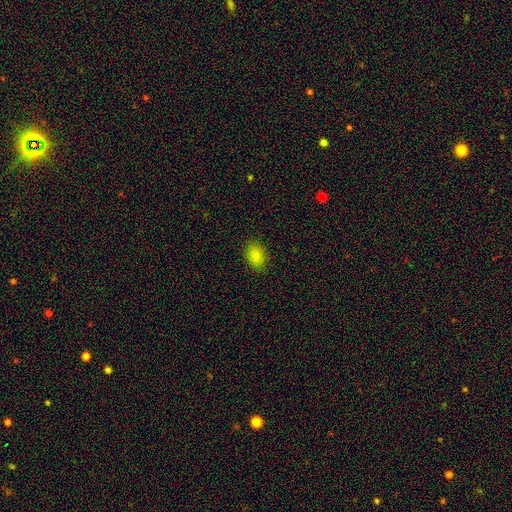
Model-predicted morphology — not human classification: Q: Smooth or featured?
A: smooth (86%); runner-up: star or artifact (11%)
Q: How rounded?
A: in between (82%); runner-up: round (17%)
Q: Merging?
A: none (87%); runner-up: minor disturbance (10%)